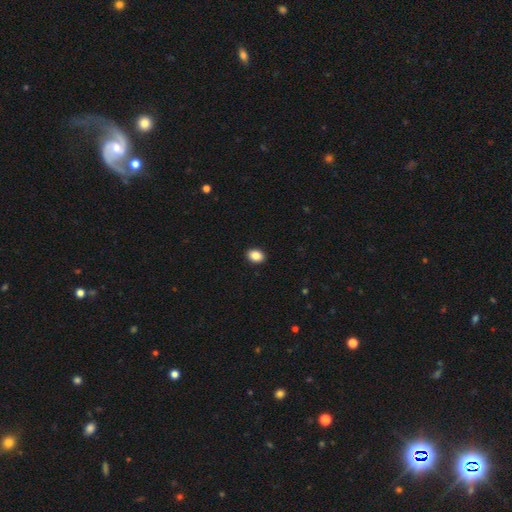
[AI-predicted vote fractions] A smooth galaxy with no disk features (88%) that is in between round and cigar-shaped (70%).

Vote fractions:
- Smooth or featured? smooth: 88% / star or artifact: 9% / featured or disk: 4%
- How rounded? in between: 70% / round: 29% / cigar-shaped: 1%
- Merging? none: 92% / minor disturbance: 6% / major disturbance: 2% / merger: 1%